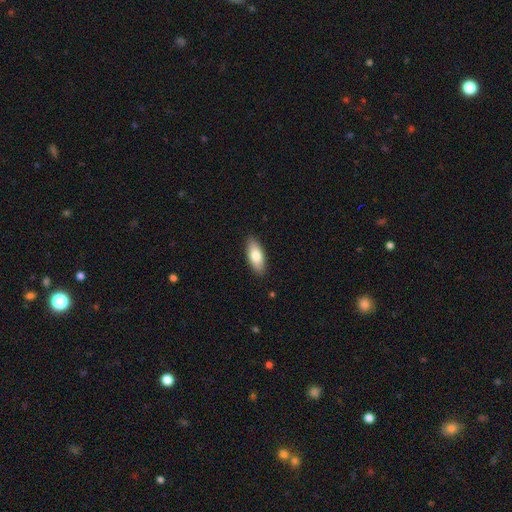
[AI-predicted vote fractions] Smooth or featured? smooth (80%)
How rounded? in between (83%)
Merging? none (88%)